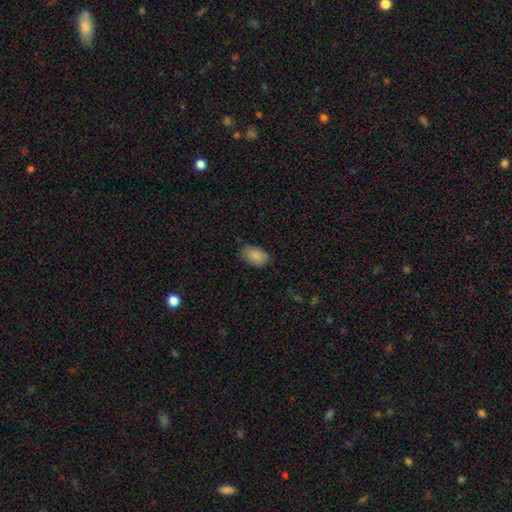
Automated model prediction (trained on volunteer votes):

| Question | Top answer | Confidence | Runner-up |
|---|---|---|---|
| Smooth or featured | smooth | 86% | star or artifact (7%) |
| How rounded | in between | 90% | round (8%) |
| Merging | none | 75% | minor disturbance (20%) |